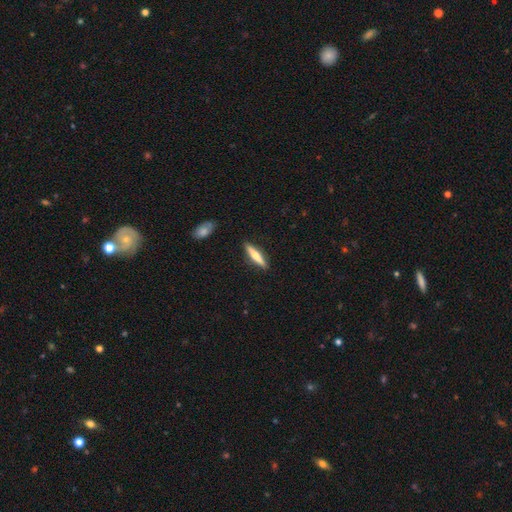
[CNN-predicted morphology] Q: Smooth or featured?
A: smooth (54%); runner-up: featured or disk (40%)
Q: How rounded?
A: cigar-shaped (86%); runner-up: in between (13%)
Q: Merging?
A: none (89%); runner-up: minor disturbance (8%)